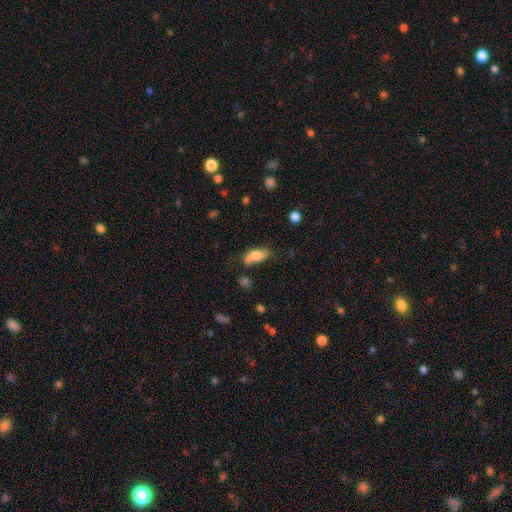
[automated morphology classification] Q: Smooth or featured?
A: smooth (74%); runner-up: featured or disk (18%)
Q: How rounded?
A: in between (84%); runner-up: cigar-shaped (9%)
Q: Merging?
A: none (50%); runner-up: minor disturbance (22%)